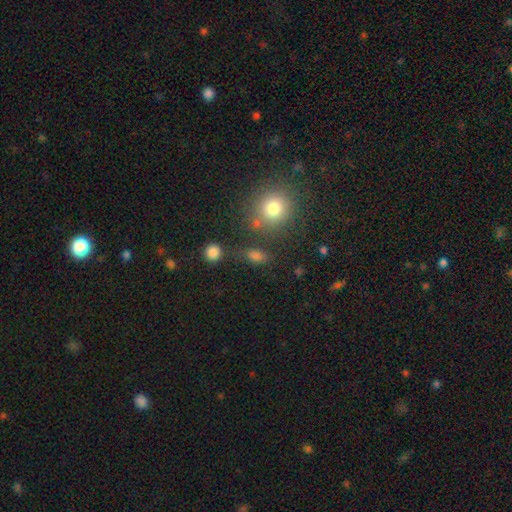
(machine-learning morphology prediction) Smooth or featured: smooth — 76% (star or artifact — 15%)
How rounded: in between — 67% (round — 26%)
Merging: none — 70% (minor disturbance — 14%)